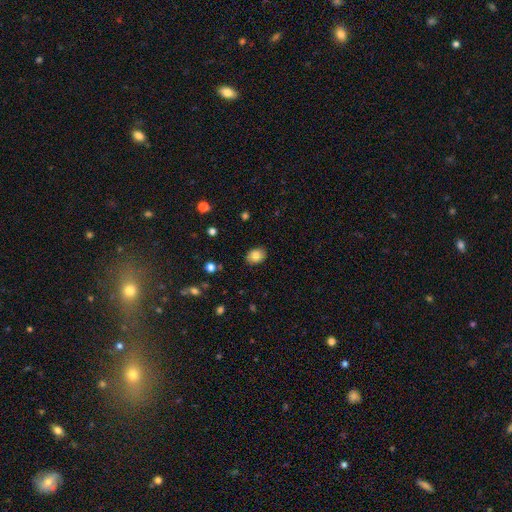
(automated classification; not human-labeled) Smooth or featured? Predicted: smooth (p=0.83). How rounded? Predicted: in between (p=0.67). Merging? Predicted: none (p=0.86).